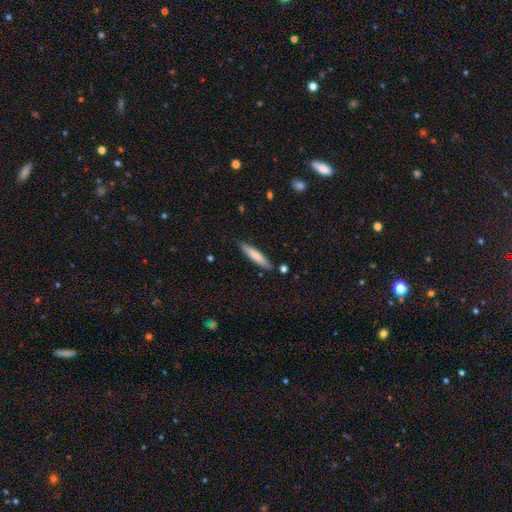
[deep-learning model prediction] smooth-or-featured: smooth: 76% | featured or disk: 18% | star or artifact: 5%
  how-rounded: cigar-shaped: 89% | in between: 10% | round: 1%
  merging: none: 86% | minor disturbance: 10% | merger: 2% | major disturbance: 2%